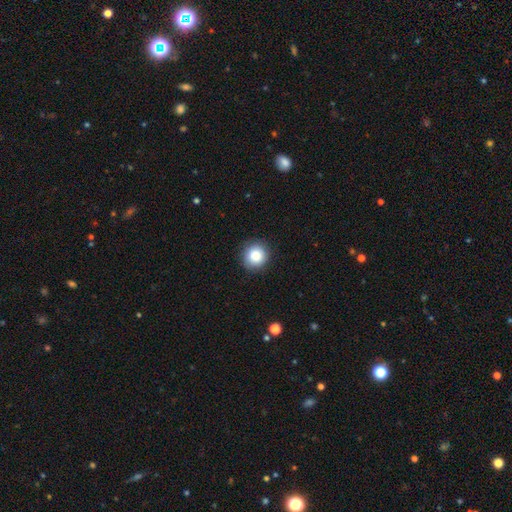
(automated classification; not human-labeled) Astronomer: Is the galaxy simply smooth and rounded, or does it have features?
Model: smooth — 85%.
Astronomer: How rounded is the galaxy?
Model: round — 92%.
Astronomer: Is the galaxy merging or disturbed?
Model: none — 90%.